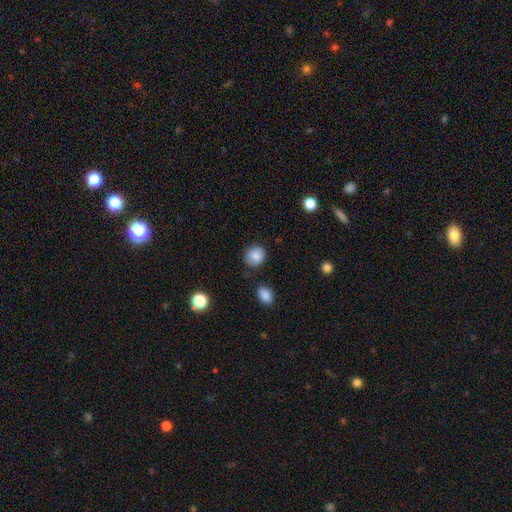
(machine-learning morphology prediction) smooth-or-featured: smooth: 87% | star or artifact: 9% | featured or disk: 5%
  how-rounded: round: 79% | in between: 20% | cigar-shaped: 1%
  merging: none: 79% | minor disturbance: 15% | major disturbance: 4% | merger: 3%